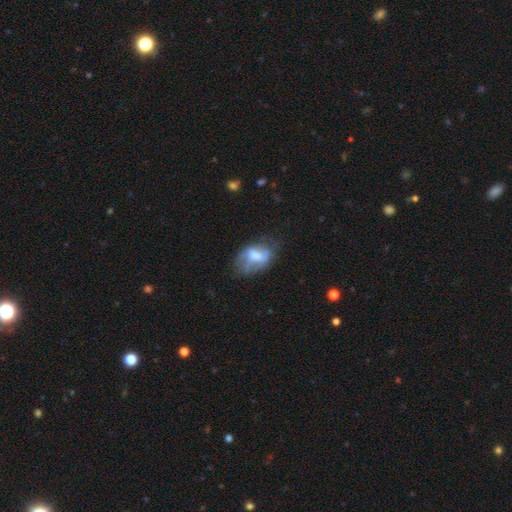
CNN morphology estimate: featured or disk 47%, smooth 44%, star or artifact 9%. Down the decision tree: merging — none (42%).